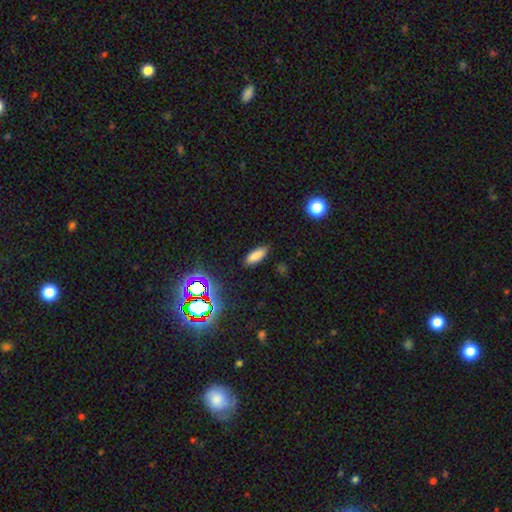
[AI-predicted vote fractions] Q: Smooth or featured?
A: smooth (79%); runner-up: star or artifact (14%)
Q: How rounded?
A: in between (72%); runner-up: cigar-shaped (26%)
Q: Merging?
A: none (87%); runner-up: minor disturbance (9%)